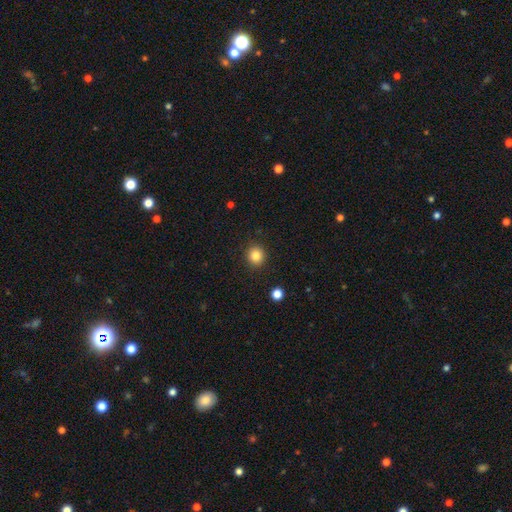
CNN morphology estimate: smooth-or-featured: smooth: 84% | star or artifact: 11% | featured or disk: 5%
  how-rounded: round: 88% | in between: 11% | cigar-shaped: 1%
  merging: none: 91% | minor disturbance: 6% | major disturbance: 2% | merger: 1%